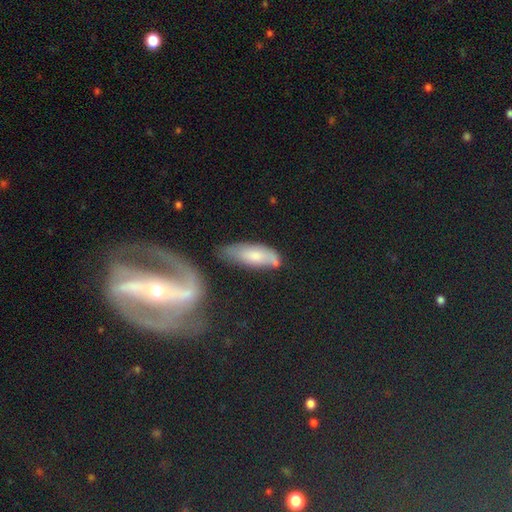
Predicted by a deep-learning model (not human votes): Smooth or featured? smooth (60%)
How rounded? in between (64%)
Merging? none (52%)